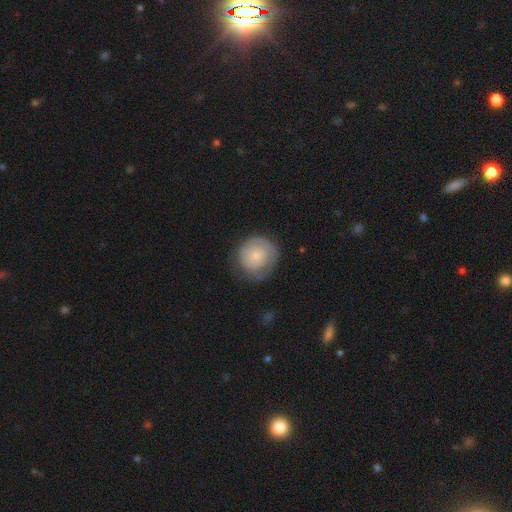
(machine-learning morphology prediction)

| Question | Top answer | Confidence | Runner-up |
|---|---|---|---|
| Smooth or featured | smooth | 55% | featured or disk (38%) |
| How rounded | round | 89% | in between (10%) |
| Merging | none | 62% | minor disturbance (25%) |